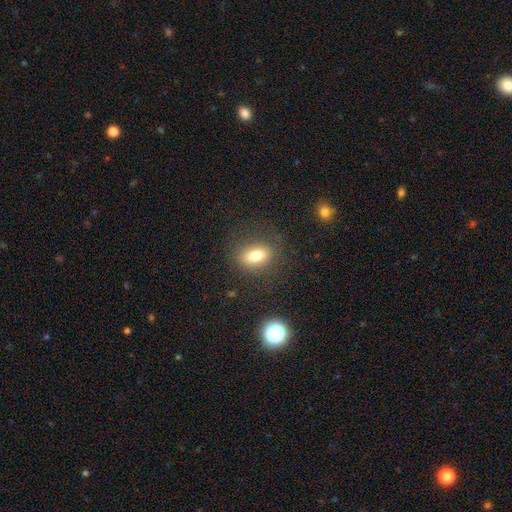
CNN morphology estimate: type=smooth (75%); roundness=in between (77%); merging=none (81%).